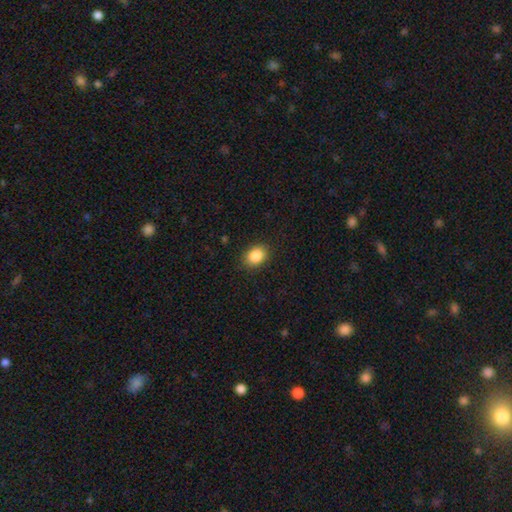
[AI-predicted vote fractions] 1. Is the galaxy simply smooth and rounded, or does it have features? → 88% smooth, 8% star or artifact, 4% featured or disk.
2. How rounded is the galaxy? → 61% in between, 38% round, 1% cigar-shaped.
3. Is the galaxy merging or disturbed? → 87% none, 9% minor disturbance, 3% major disturbance, 1% merger.